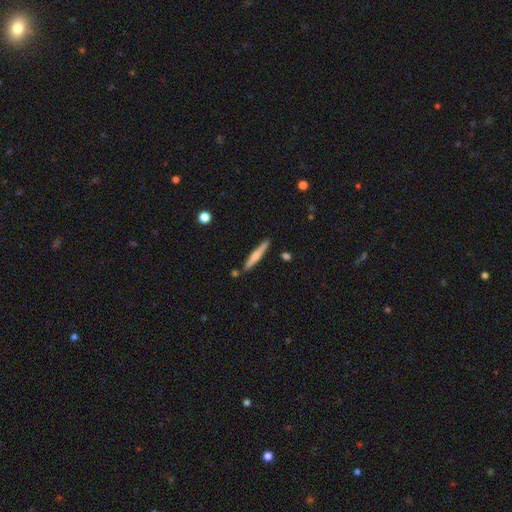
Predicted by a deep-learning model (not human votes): The model was most divided on "smooth or featured": smooth: 57%, featured or disk: 37%, star or artifact: 6%. More confident: how rounded — cigar-shaped (94%); merging — none (84%).